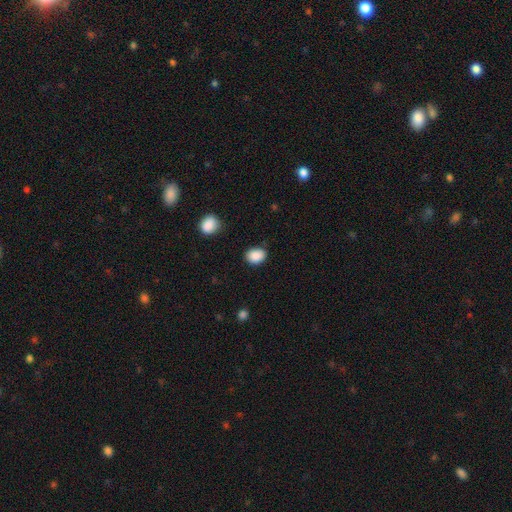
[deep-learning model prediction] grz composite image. It shows a smooth galaxy with no disk features (88%) that is in between round and cigar-shaped (59%). Merging: none (80%).